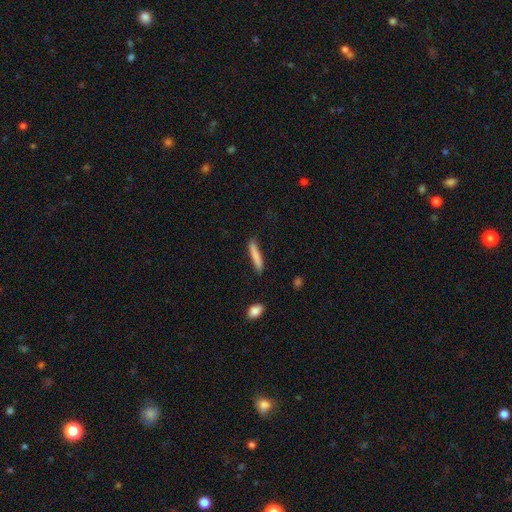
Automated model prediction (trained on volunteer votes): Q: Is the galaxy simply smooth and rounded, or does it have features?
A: smooth — 82%.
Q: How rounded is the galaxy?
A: cigar-shaped — 91%.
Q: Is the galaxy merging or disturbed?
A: none — 84%.